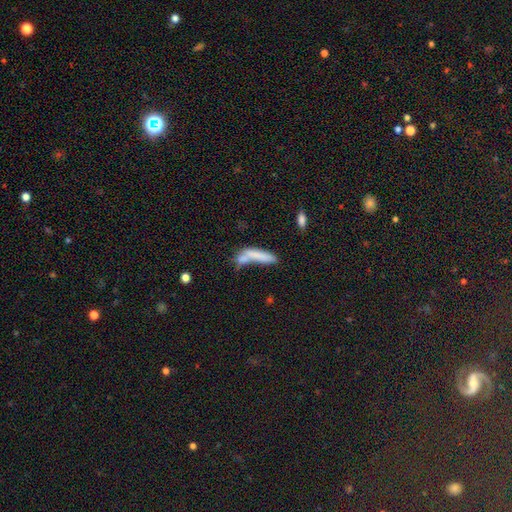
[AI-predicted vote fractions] Smooth or featured? smooth (70%)
How rounded? cigar-shaped (77%)
Merging? none (36%)